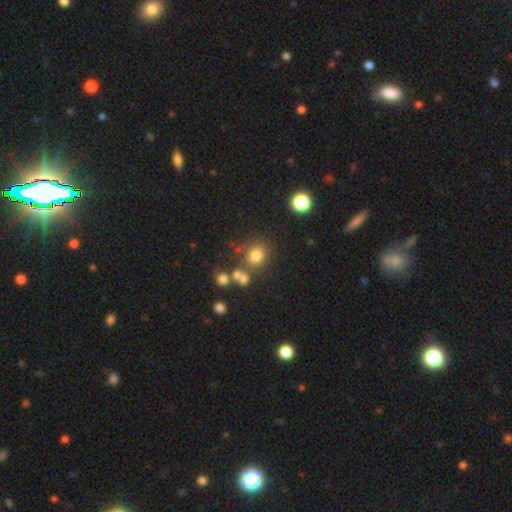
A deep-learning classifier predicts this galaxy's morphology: Smooth or featured?
  - smooth: 75% *
  - star or artifact: 17%
  - featured or disk: 8%
How rounded?
  - round: 70% *
  - in between: 29%
  - cigar-shaped: 1%
Merging?
  - none: 69% *
  - merger: 14%
  - minor disturbance: 12%
  - major disturbance: 5%